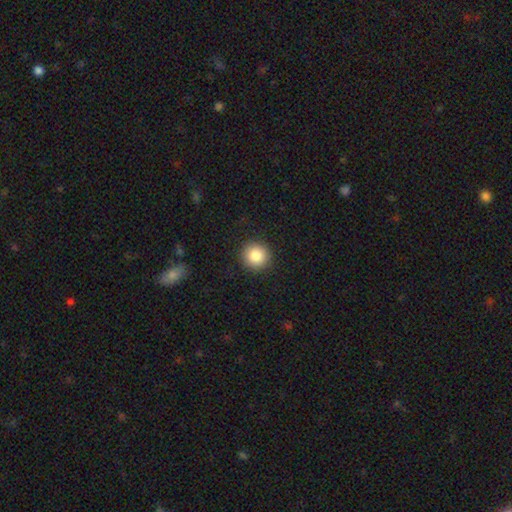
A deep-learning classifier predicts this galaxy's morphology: Q: Smooth or featured?
A: smooth (85%); runner-up: star or artifact (9%)
Q: How rounded?
A: round (94%); runner-up: in between (6%)
Q: Merging?
A: none (92%); runner-up: minor disturbance (5%)